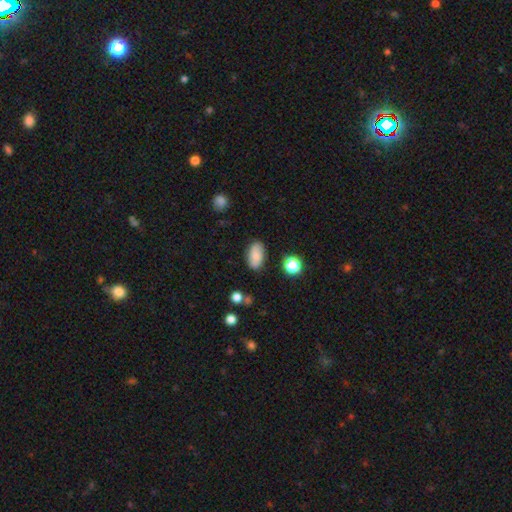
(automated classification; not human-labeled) Smooth or featured? Predicted: smooth (p=0.74). How rounded? Predicted: in between (p=0.92). Merging? Predicted: none (p=0.81).